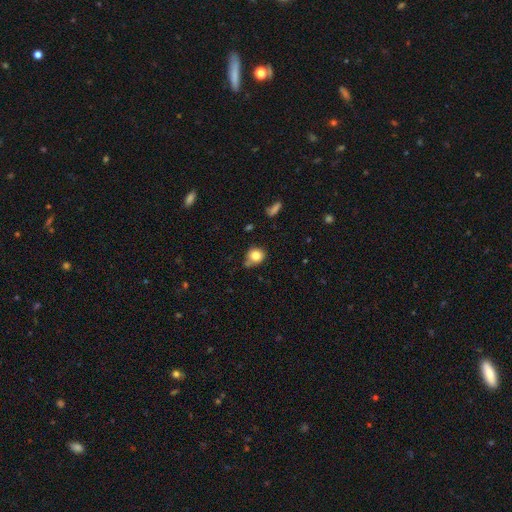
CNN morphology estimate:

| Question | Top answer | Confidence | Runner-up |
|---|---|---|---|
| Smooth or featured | smooth | 81% | star or artifact (10%) |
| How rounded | round | 78% | in between (21%) |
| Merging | none | 60% | minor disturbance (26%) |